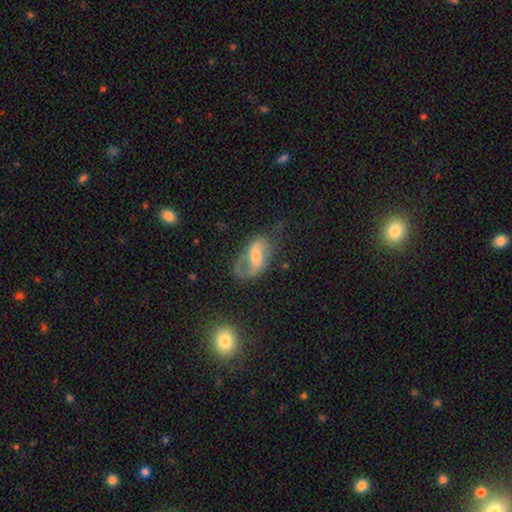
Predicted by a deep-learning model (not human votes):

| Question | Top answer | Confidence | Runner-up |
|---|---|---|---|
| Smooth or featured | featured or disk | 54% | smooth (37%) |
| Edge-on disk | no | 93% | yes (7%) |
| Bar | no | 39% | weak (37%) |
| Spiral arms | yes | 67% | no (33%) |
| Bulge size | small | 48% | moderate (39%) |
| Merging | major disturbance | 36% | tied: none (36%) |